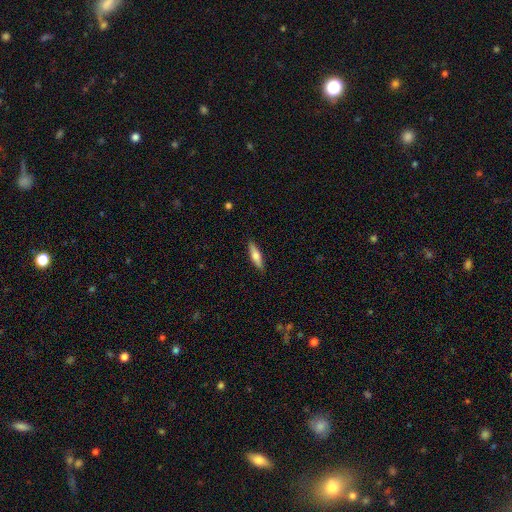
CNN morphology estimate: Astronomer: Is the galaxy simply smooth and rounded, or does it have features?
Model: smooth — 58% (runner-up: featured or disk, 36%).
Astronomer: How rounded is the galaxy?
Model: cigar-shaped — 68%.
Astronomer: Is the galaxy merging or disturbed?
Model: none — 89%.